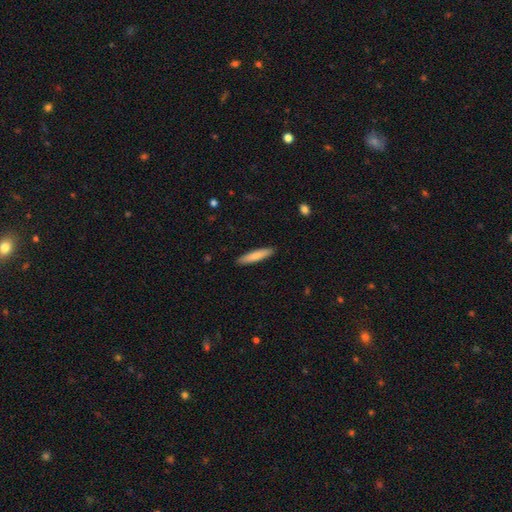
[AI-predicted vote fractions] Smooth or featured? smooth (80%)
How rounded? cigar-shaped (86%)
Merging? none (91%)